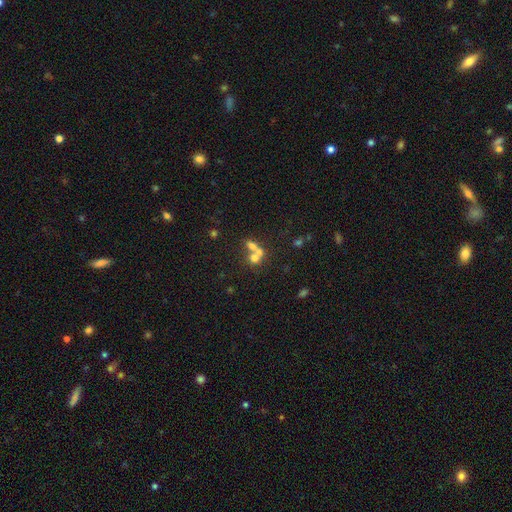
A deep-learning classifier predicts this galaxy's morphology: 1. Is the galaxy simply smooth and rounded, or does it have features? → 56% smooth, 26% featured or disk, 19% star or artifact.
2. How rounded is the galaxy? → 69% round, 28% in between, 2% cigar-shaped.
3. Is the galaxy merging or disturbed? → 60% merger, 29% none, 6% minor disturbance, 5% major disturbance.